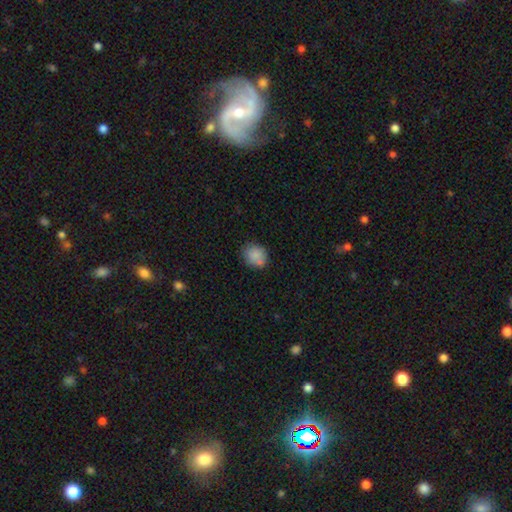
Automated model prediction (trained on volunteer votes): Overall: smooth (83%). How rounded: round (66%; in between 33%). Merging: none (69%).